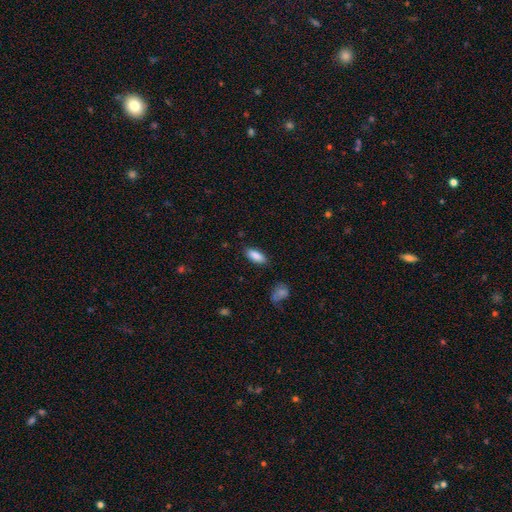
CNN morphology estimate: Smooth or featured?
  - smooth: 88% *
  - star or artifact: 7%
  - featured or disk: 5%
How rounded?
  - in between: 87% *
  - cigar-shaped: 12%
  - round: 2%
Merging?
  - none: 85% *
  - minor disturbance: 11%
  - major disturbance: 3%
  - merger: 2%